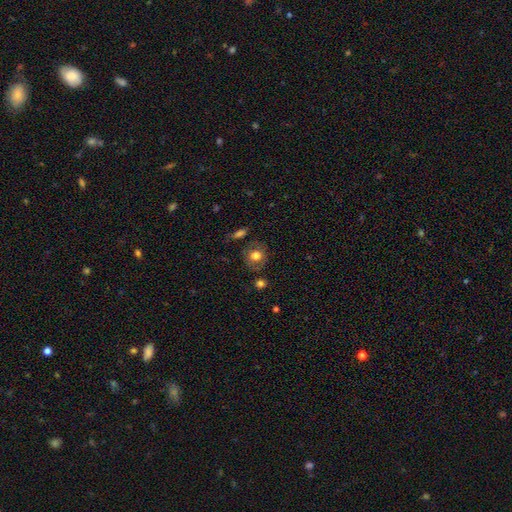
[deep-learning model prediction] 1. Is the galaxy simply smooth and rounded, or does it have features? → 71% smooth, 20% featured or disk, 9% star or artifact.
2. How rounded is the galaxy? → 77% round, 22% in between, 1% cigar-shaped.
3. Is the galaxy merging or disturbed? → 77% none, 14% minor disturbance, 5% major disturbance, 4% merger.